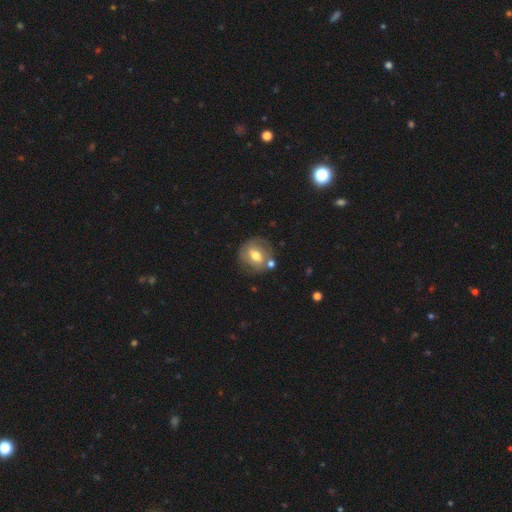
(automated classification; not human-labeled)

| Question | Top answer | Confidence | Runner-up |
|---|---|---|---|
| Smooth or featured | smooth | 54% | featured or disk (38%) |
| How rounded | round | 72% | in between (27%) |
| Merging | none | 69% | minor disturbance (16%) |